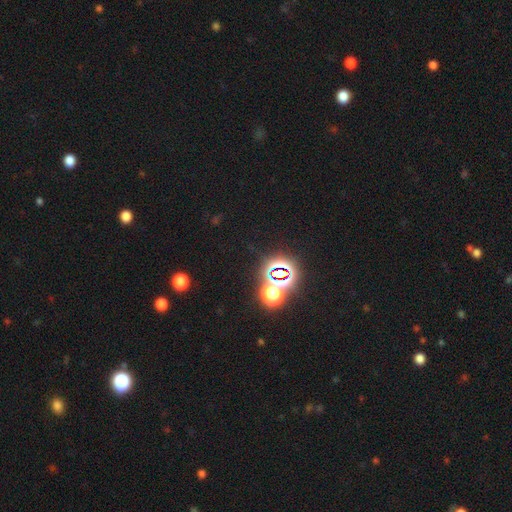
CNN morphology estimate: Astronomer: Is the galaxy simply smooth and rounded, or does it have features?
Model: star or artifact — 71%.